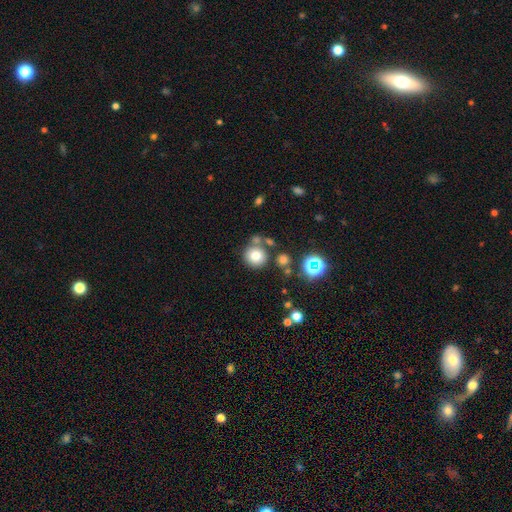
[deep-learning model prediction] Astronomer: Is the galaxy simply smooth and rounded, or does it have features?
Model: smooth — 76%.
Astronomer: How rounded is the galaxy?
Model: round — 92%.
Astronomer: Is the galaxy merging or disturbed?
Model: none — 72%.